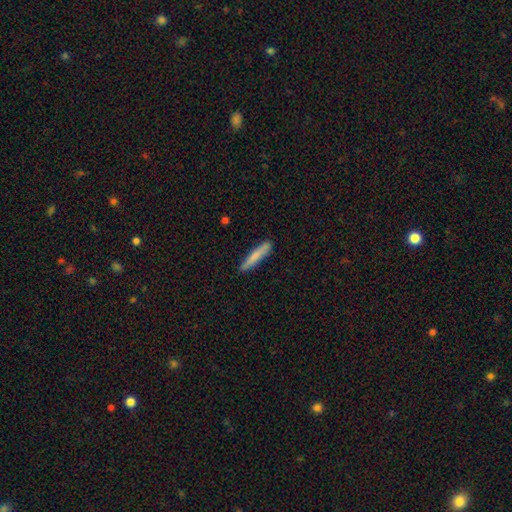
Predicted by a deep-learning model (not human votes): Smooth or featured? smooth (78%)
How rounded? cigar-shaped (93%)
Merging? none (85%)